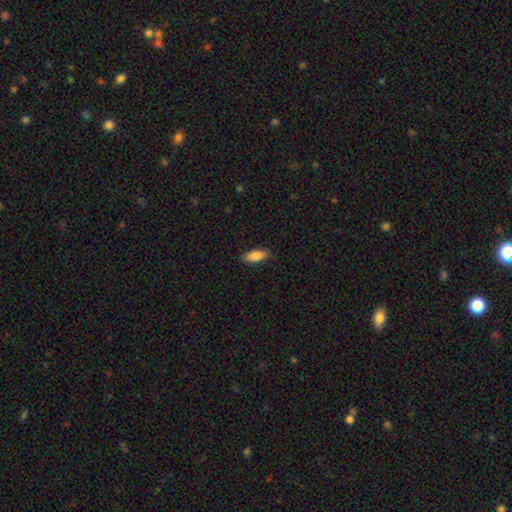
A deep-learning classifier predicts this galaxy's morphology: type=smooth (85%); roundness=in between (79%); merging=none (86%).